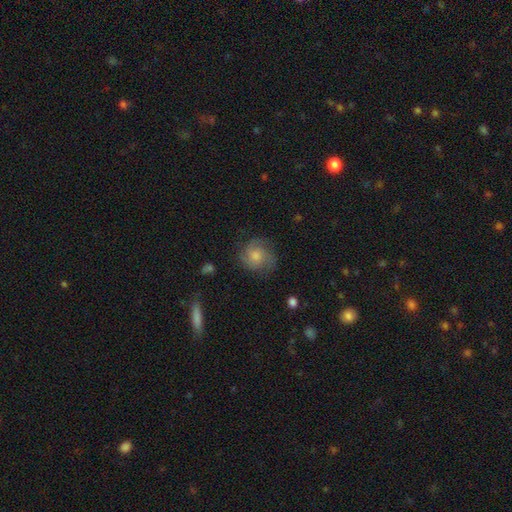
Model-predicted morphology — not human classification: This appears to be a featured or disk galaxy (57%) with no bar (77%), spiral arms (90%) and a moderate central bulge (57%). Merging: none (76%).